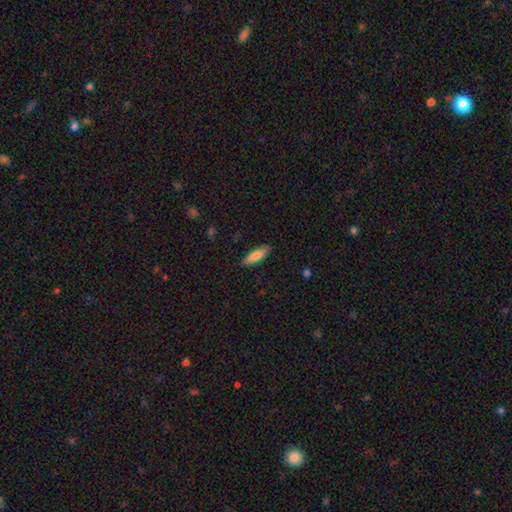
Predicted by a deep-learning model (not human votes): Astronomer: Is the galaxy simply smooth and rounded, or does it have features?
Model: smooth — 78%.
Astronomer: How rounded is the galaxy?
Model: in between — 52% (runner-up: cigar-shaped, 46%).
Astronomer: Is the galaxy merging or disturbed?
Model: none — 87%.